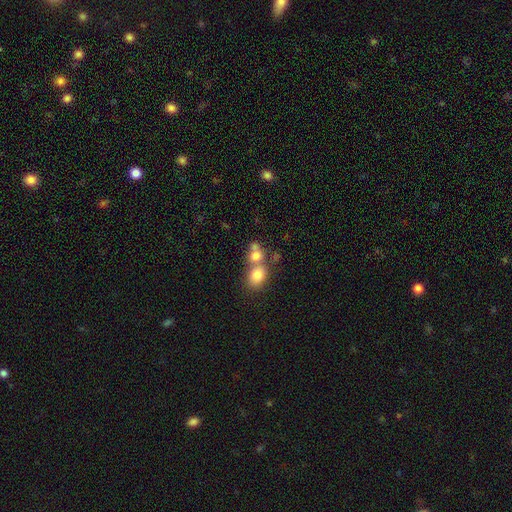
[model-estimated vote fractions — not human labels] Overall: smooth (75%). How rounded: round (54%; in between 45%). Merging: merger (59%; none 30%).